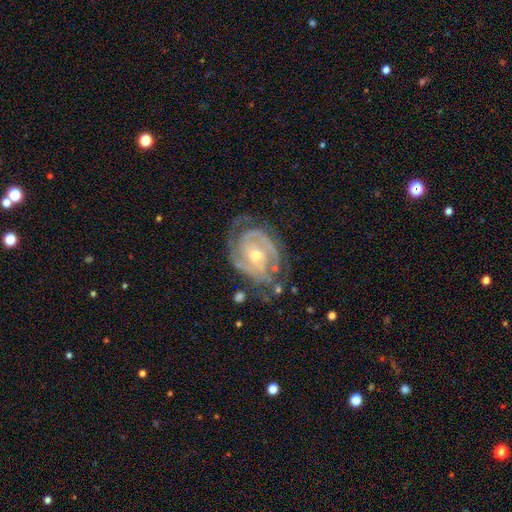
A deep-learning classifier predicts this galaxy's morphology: smooth_or_featured: featured or disk (p=0.91) [alt: smooth p=0.05]
disk_edge_on: no (p=0.97) [alt: yes p=0.03]
bar: no (p=0.52) [alt: weak p=0.36]
has_spiral_arms: yes (p=0.97) [alt: no p=0.03]
spiral_winding: tight (p=0.66) [alt: medium p=0.29]
spiral_arm_count: 2 (p=0.52) [alt: 3 p=0.22]
bulge_size: moderate (p=0.58) [alt: small p=0.38]
merging: none (p=0.67) [alt: minor disturbance p=0.20]